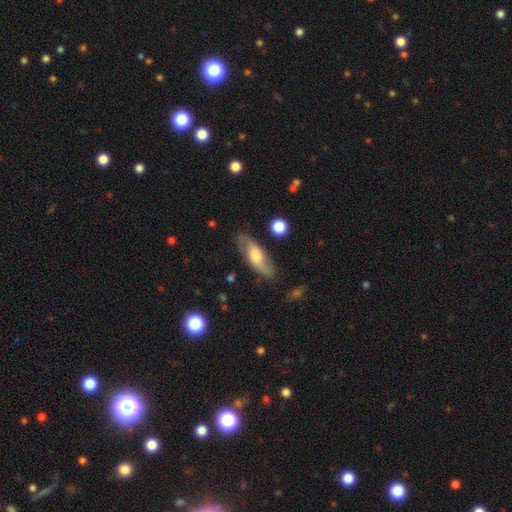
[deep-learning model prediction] This appears to be a smooth galaxy with no disk features (47%, tied with featured or disk). Merging: none (78%).